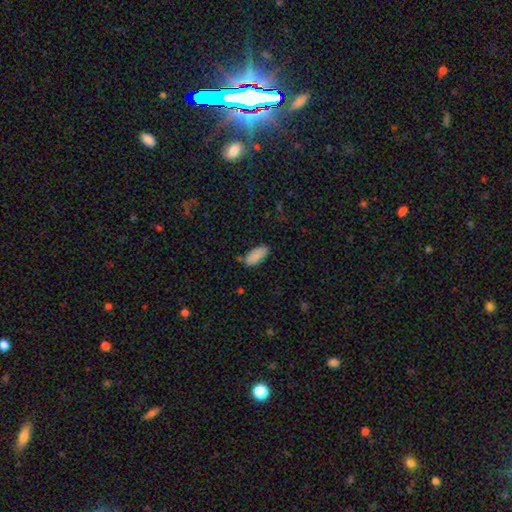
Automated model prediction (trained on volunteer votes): This is clearly a smooth galaxy (88%). How rounded: clearly in between (91%). Merging: likely none (78%).